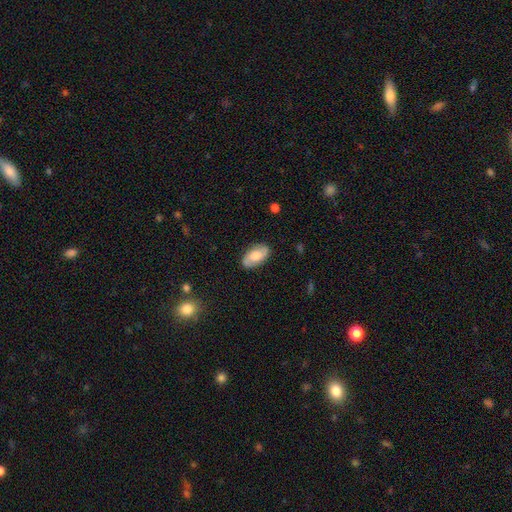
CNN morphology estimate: Smooth or featured? Predicted: featured or disk (p=0.50). Merging? Predicted: none (p=0.83).